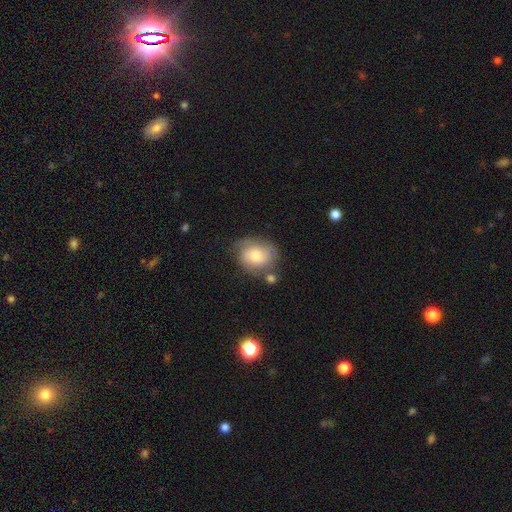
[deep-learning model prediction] The model was most divided on "how rounded": round: 56%, in between: 43%, cigar-shaped: 1%. More confident: merging — none (57%); smooth or featured — smooth (56%).